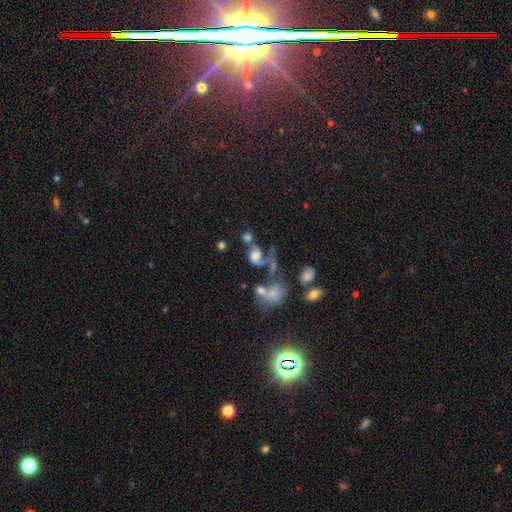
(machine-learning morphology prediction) This appears to be a featured or disk galaxy (44%). Merging: merger (43%).